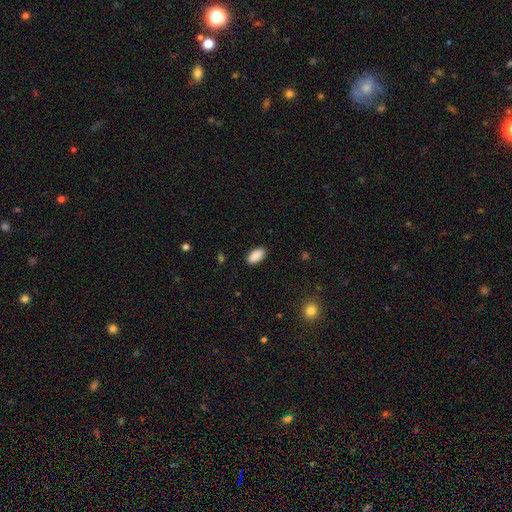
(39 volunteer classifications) smooth-or-featured: smooth: 90% | featured or disk: 8% | star or artifact: 3%
  how-rounded: in between: 97% | round: 3% | cigar-shaped: 0%
  merging: none: 87% | minor disturbance: 13% | major disturbance: 0% | merger: 0%